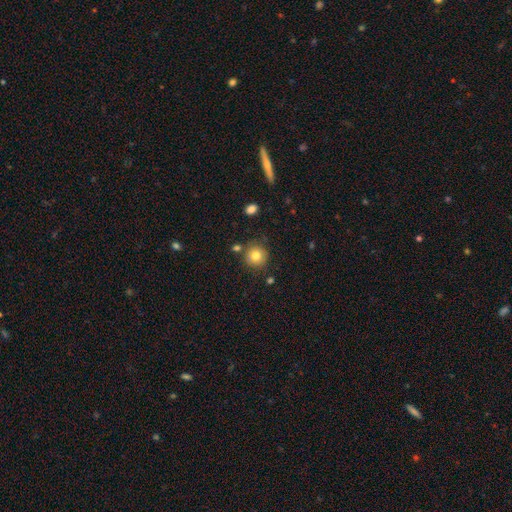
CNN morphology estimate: Q: Smooth or featured?
A: smooth (80%); runner-up: star or artifact (11%)
Q: How rounded?
A: round (92%); runner-up: in between (7%)
Q: Merging?
A: none (82%); runner-up: minor disturbance (10%)